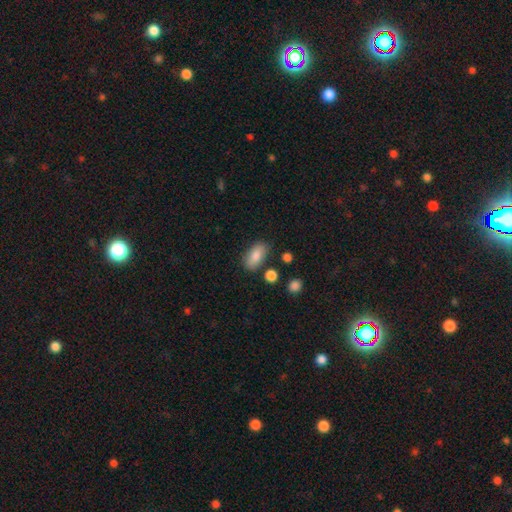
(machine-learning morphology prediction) Smooth or featured? Predicted: smooth (p=0.84). How rounded? Predicted: in between (p=0.91). Merging? Predicted: none (p=0.78).